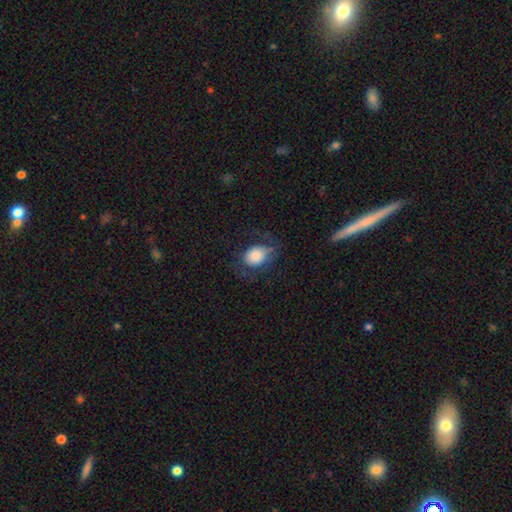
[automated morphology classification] The model was most divided on "how rounded": in between: 62%, round: 37%, cigar-shaped: 1%. More confident: smooth or featured — smooth (76%); merging — none (57%).